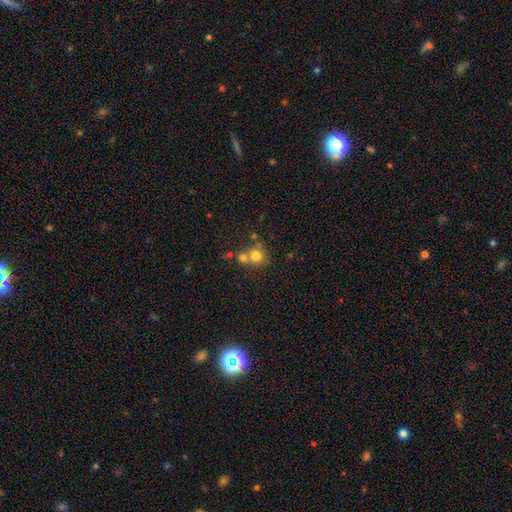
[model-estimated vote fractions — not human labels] This is likely a smooth galaxy (76%). How rounded: clearly round (84%). Merging: possibly none (46%).